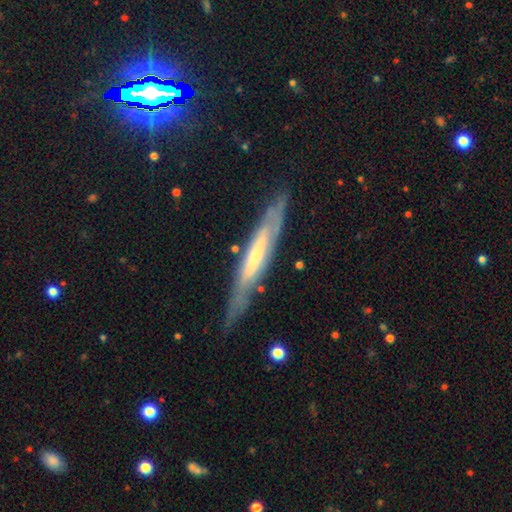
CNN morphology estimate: smooth-or-featured: featured or disk: 66% | smooth: 28% | star or artifact: 6%
  disk-edge-on: yes: 76% | no: 24%
    edge-on-bulge: none: 59% | rounded: 24% | boxy: 17%
  merging: none: 74% | minor disturbance: 18% | major disturbance: 5% | merger: 2%